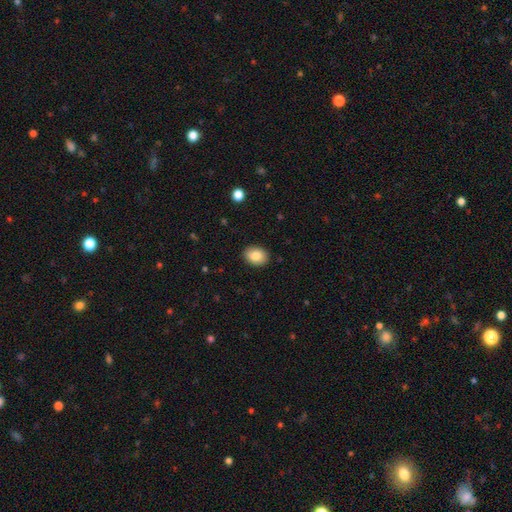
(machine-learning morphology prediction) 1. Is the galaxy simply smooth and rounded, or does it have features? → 85% smooth, 8% star or artifact, 7% featured or disk.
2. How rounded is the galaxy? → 66% in between, 33% round, 1% cigar-shaped.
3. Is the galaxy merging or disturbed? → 89% none, 8% minor disturbance, 2% major disturbance, 1% merger.